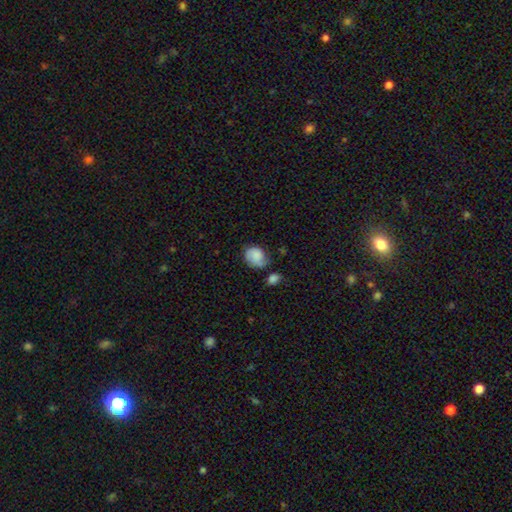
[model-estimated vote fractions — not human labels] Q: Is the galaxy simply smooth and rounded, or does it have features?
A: smooth — 72%.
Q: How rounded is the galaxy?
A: round — 50%.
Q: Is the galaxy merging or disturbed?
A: none — 45%.